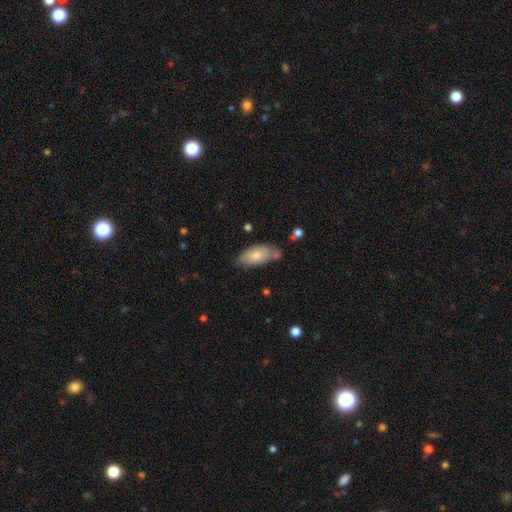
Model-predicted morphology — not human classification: Smooth or featured? Predicted: smooth (p=0.71). How rounded? Predicted: in between (p=0.89). Merging? Predicted: none (p=0.58).